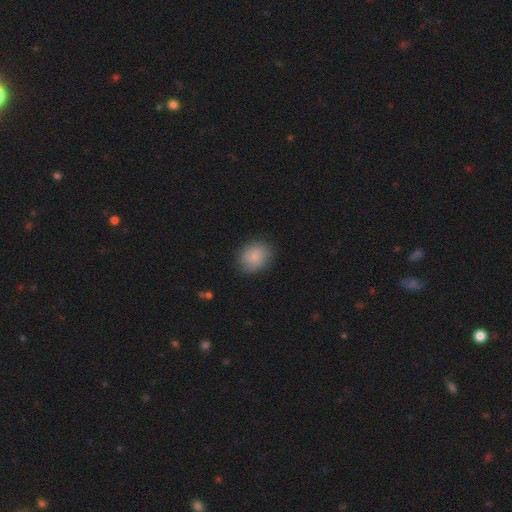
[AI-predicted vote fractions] Smooth or featured? smooth (81%)
How rounded? round (58%)
Merging? none (80%)